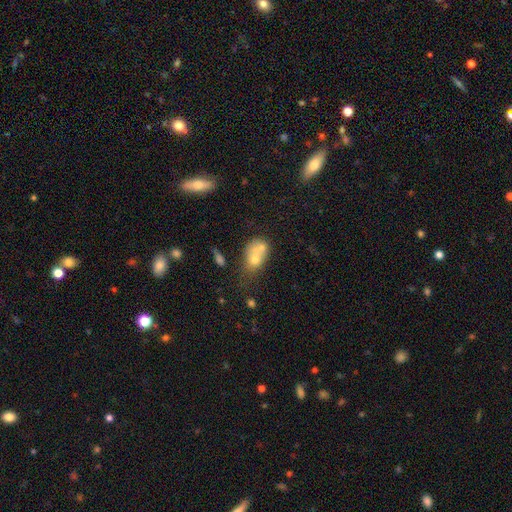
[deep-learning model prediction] Smooth or featured? Predicted: smooth (p=0.61). How rounded? Predicted: in between (p=0.63). Merging? Predicted: merger (p=0.60).